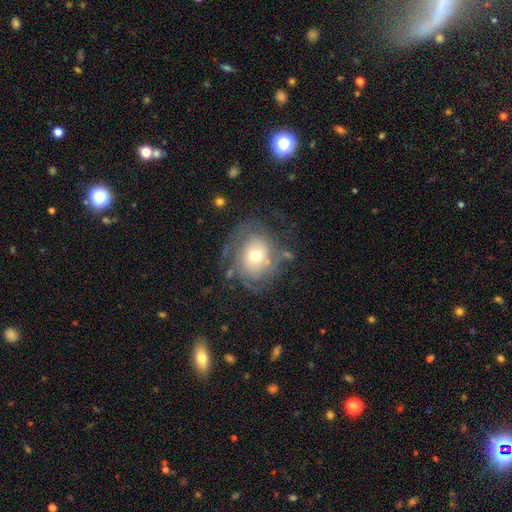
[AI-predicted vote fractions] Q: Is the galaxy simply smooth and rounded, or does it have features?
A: featured or disk — 56%.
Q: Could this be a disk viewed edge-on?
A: no — 96%.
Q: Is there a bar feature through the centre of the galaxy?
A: no — 83%.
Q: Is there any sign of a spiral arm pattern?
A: yes — 67%.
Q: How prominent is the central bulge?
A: moderate — 64%.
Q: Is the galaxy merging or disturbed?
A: none — 57%.